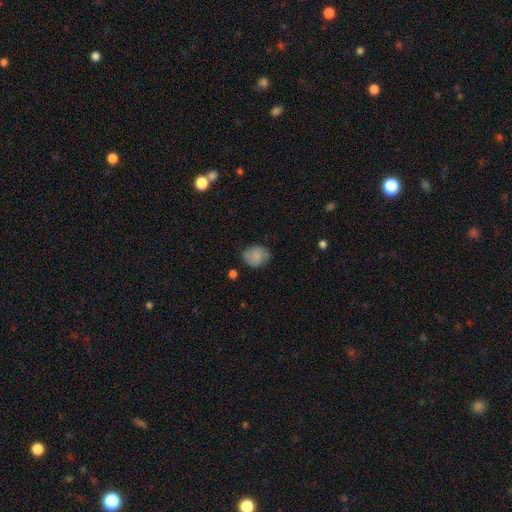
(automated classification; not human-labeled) Smooth or featured? Predicted: smooth (p=0.75). How rounded? Predicted: round (p=0.61). Merging? Predicted: none (p=0.72).